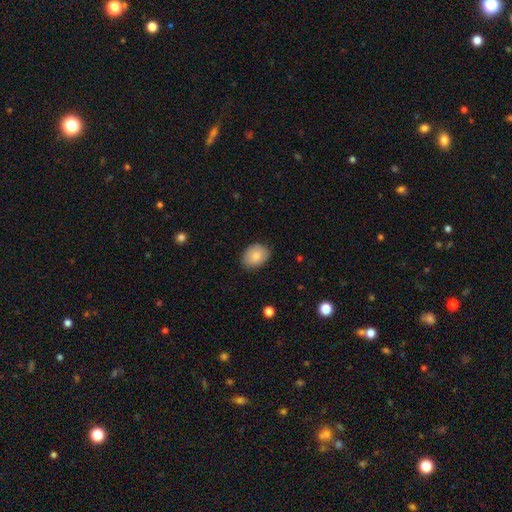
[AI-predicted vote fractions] Q: Smooth or featured?
A: smooth (83%); runner-up: featured or disk (10%)
Q: How rounded?
A: in between (68%); runner-up: round (31%)
Q: Merging?
A: none (81%); runner-up: minor disturbance (15%)